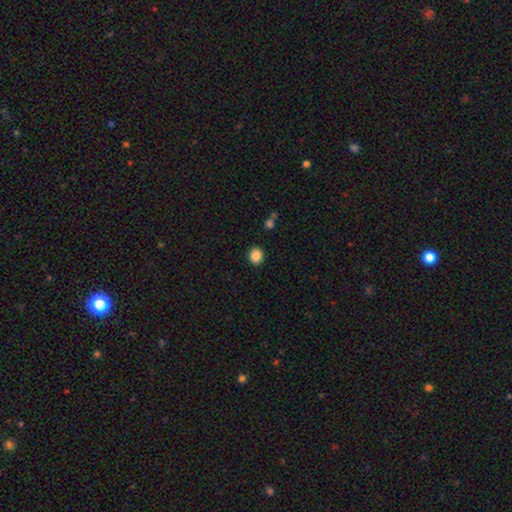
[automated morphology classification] type=smooth (86%); roundness=round (82%); merging=none (91%).